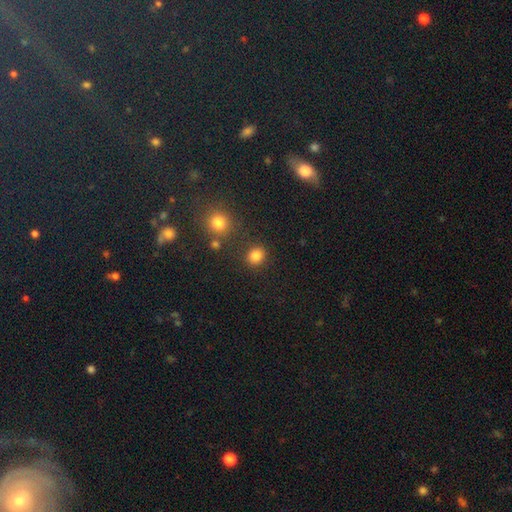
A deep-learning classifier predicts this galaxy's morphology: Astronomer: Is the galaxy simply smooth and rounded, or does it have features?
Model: smooth — 83%.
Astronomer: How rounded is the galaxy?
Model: round — 76%.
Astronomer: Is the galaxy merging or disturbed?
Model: none — 84%.